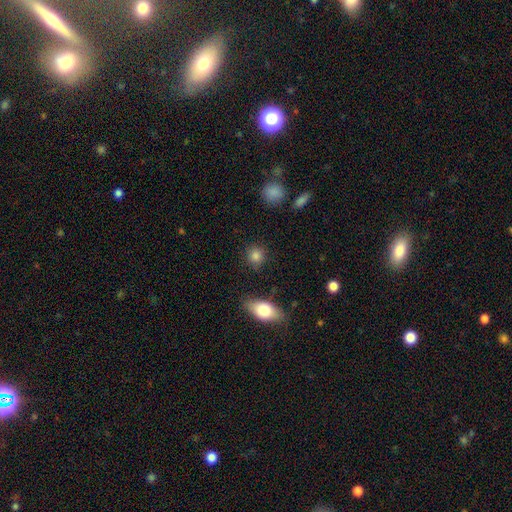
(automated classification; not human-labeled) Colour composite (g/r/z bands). It shows a smooth galaxy with no disk features (85%) that is round (84%). Merging: none (86%).